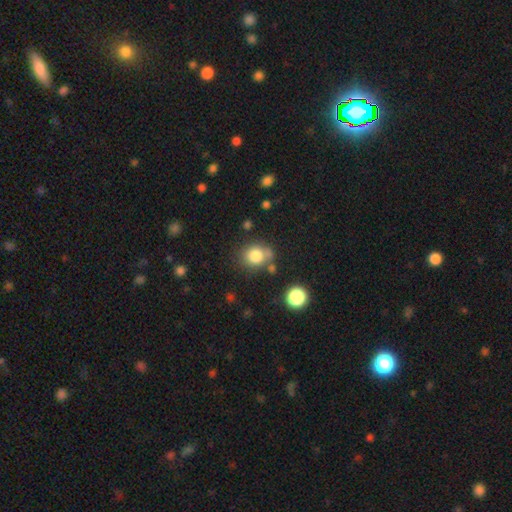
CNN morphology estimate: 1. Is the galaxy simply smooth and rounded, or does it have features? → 80% smooth, 11% star or artifact, 8% featured or disk.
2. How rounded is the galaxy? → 71% round, 28% in between, 1% cigar-shaped.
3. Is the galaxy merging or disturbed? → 64% none, 17% minor disturbance, 13% merger, 6% major disturbance.